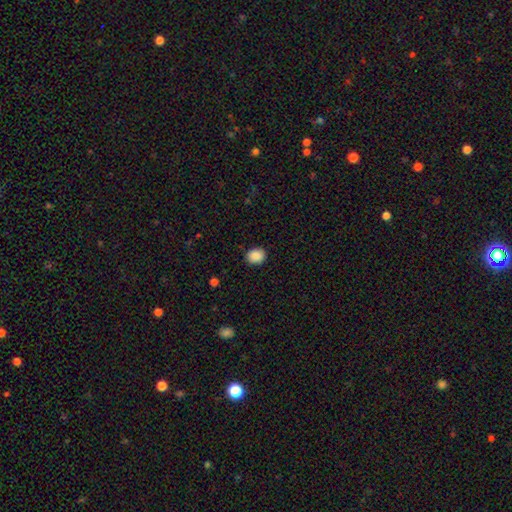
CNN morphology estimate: Smooth or featured? smooth (89%)
How rounded? round (64%)
Merging? none (89%)